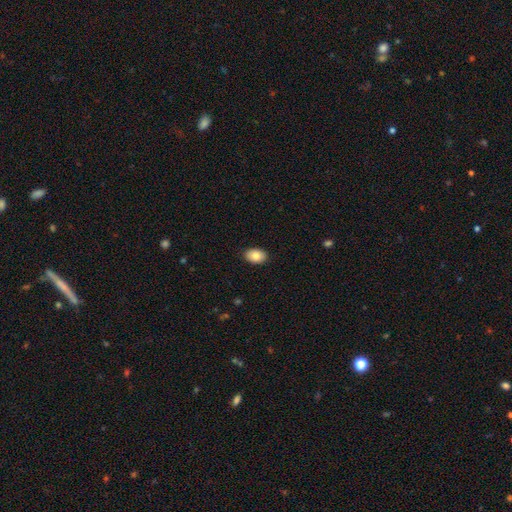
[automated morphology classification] smooth-or-featured: smooth: 84% | featured or disk: 9% | star or artifact: 7%
  how-rounded: in between: 83% | round: 16% | cigar-shaped: 1%
  merging: none: 89% | minor disturbance: 9% | major disturbance: 2% | merger: 1%